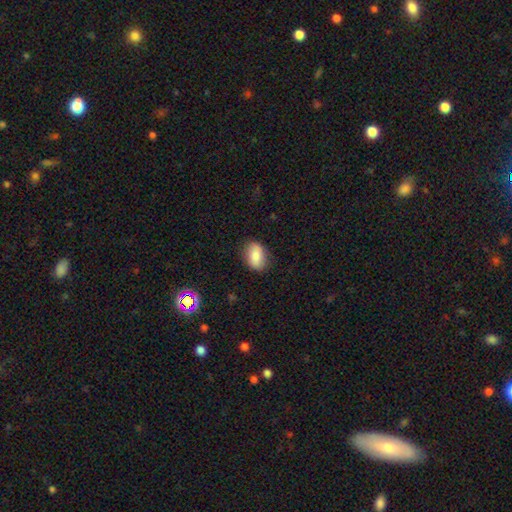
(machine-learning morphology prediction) A smooth galaxy with no disk features (82%) that is in between round and cigar-shaped (81%).

Vote fractions:
- Smooth or featured? smooth: 82% / featured or disk: 11% / star or artifact: 7%
- How rounded? in between: 81% / round: 18% / cigar-shaped: 2%
- Merging? none: 81% / minor disturbance: 15% / major disturbance: 3% / merger: 1%